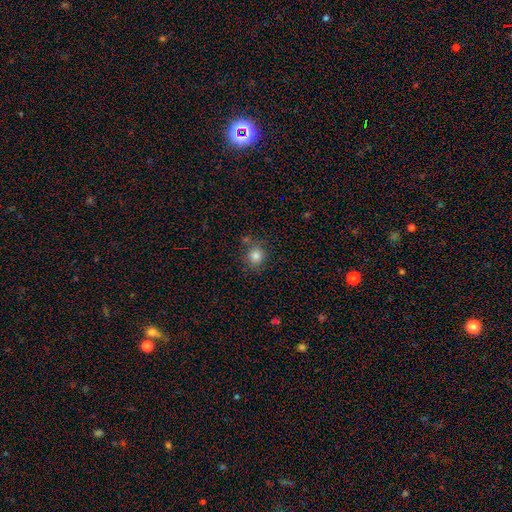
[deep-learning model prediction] Overall: smooth (82%). How rounded: round (86%). Merging: none (75%).